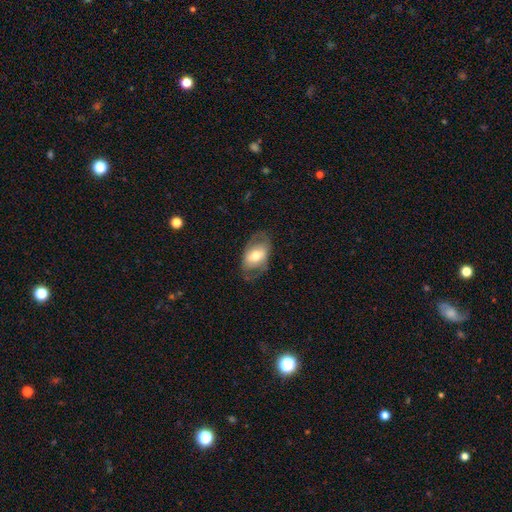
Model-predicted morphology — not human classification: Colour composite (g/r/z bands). It shows a smooth galaxy with no disk features (49%). Merging: none (66%).